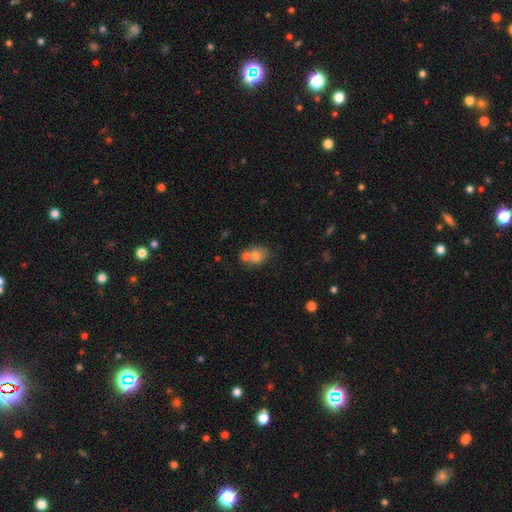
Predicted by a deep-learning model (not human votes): Smooth or featured?
  - smooth: 75% *
  - featured or disk: 14%
  - star or artifact: 11%
How rounded?
  - round: 50% *
  - in between: 49%
  - cigar-shaped: 1%
Merging?
  - none: 43% *
  - merger: 39%
  - minor disturbance: 13%
  - major disturbance: 5%